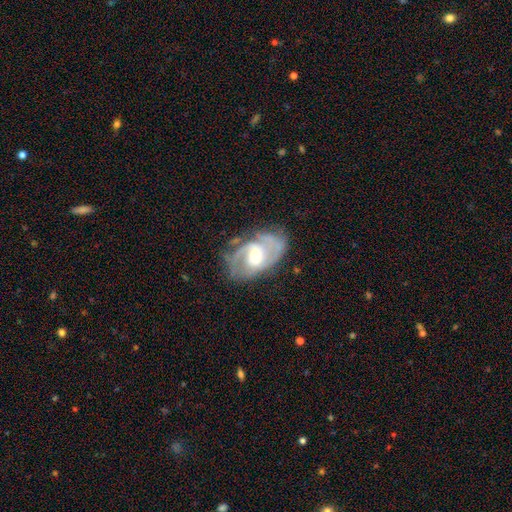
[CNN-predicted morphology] Smooth or featured? Predicted: featured or disk (p=0.84). Edge-on disk? Predicted: no (p=0.96). Bar? Predicted: weak (p=0.44). Spiral arms? Predicted: yes (p=0.93). Spiral winding? Predicted: medium (p=0.46). Spiral arm count? Predicted: 2 (p=0.61). Bulge size? Predicted: moderate (p=0.61). Merging? Predicted: none (p=0.63).